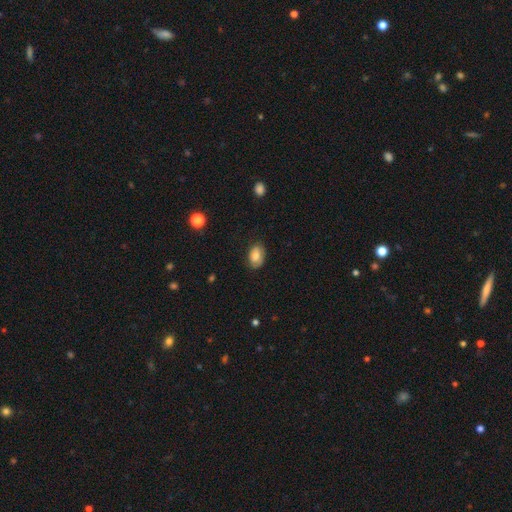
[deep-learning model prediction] Smooth or featured? smooth (81%)
How rounded? in between (87%)
Merging? none (79%)